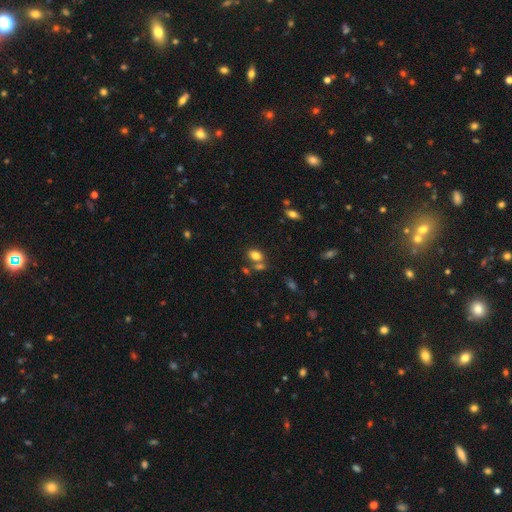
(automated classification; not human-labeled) Overall: smooth (78%). How rounded: in between (78%). Merging: none (57%; merger 26%).